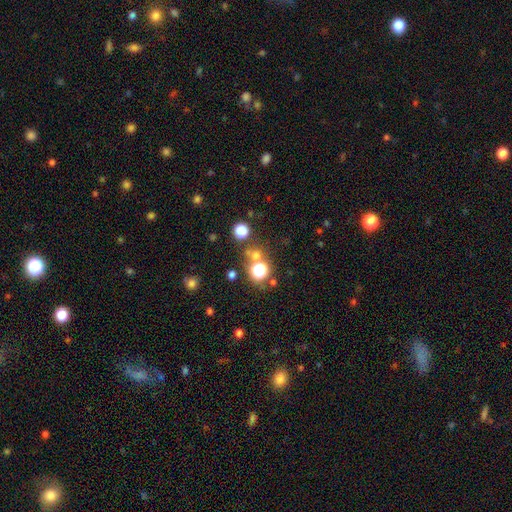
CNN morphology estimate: Smooth or featured? Predicted: smooth (p=0.54). How rounded? Predicted: round (p=0.88). Merging? Predicted: none (p=0.68).